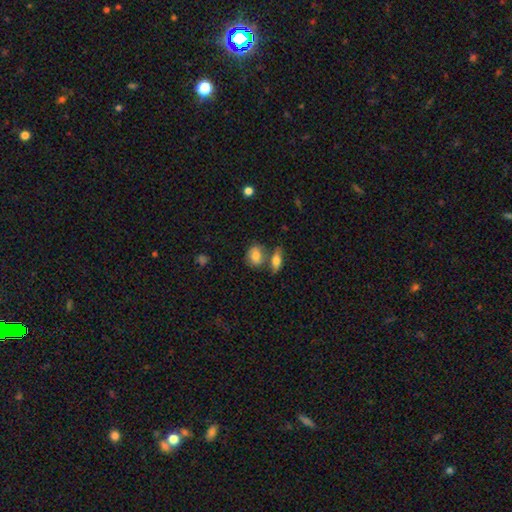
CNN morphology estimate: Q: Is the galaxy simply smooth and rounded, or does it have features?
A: smooth — 76%.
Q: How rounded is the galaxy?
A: in between — 61%.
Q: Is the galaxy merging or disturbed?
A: none — 55%.